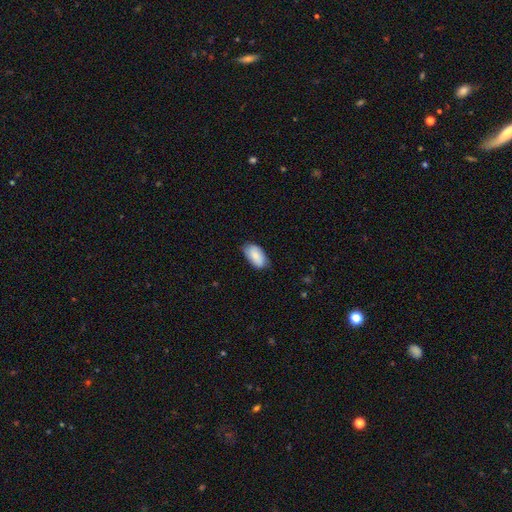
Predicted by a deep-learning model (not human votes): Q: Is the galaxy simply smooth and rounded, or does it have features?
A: smooth — 83%.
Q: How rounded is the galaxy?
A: in between — 95%.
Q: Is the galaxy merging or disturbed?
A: none — 72%.